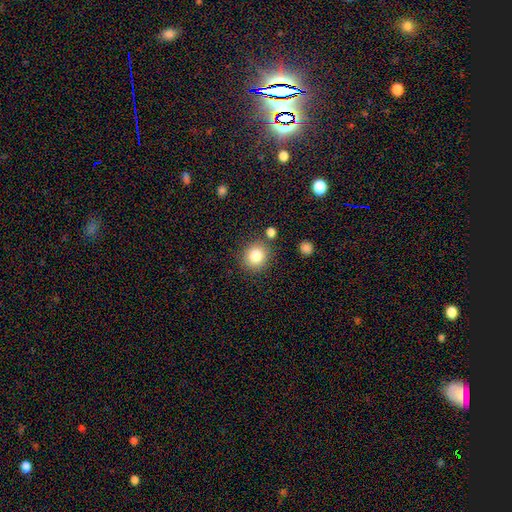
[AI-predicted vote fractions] The model was most divided on "smooth or featured": smooth: 83%, star or artifact: 10%, featured or disk: 7%. More confident: how rounded — round (87%); merging — none (83%).